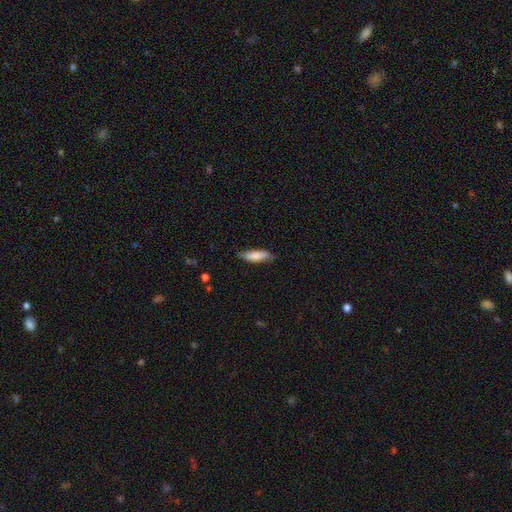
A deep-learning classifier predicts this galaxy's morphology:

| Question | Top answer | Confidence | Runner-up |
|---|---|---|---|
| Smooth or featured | smooth | 82% | featured or disk (12%) |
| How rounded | in between | 51% | cigar-shaped (48%) |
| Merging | none | 75% | minor disturbance (21%) |